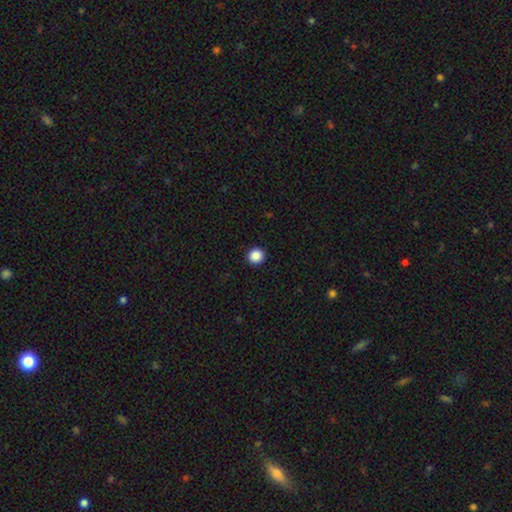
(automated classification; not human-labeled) smooth 88%, star or artifact 10%, featured or disk 3%. Down the decision tree: how rounded — round (93%); merging — none (93%).